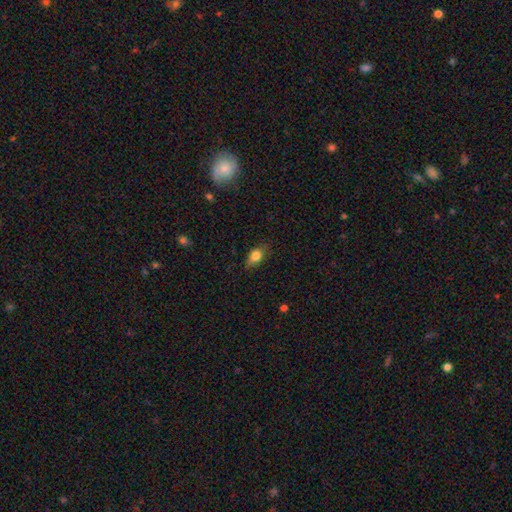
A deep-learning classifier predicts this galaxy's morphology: Smooth or featured? smooth (80%)
How rounded? in between (80%)
Merging? none (74%)